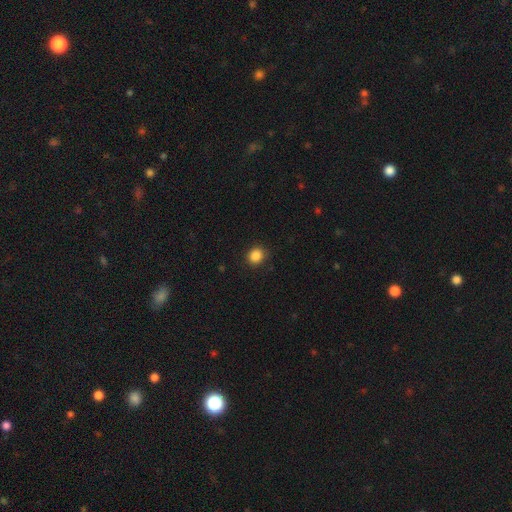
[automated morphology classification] Overall: smooth (87%). How rounded: round (80%). Merging: none (89%).